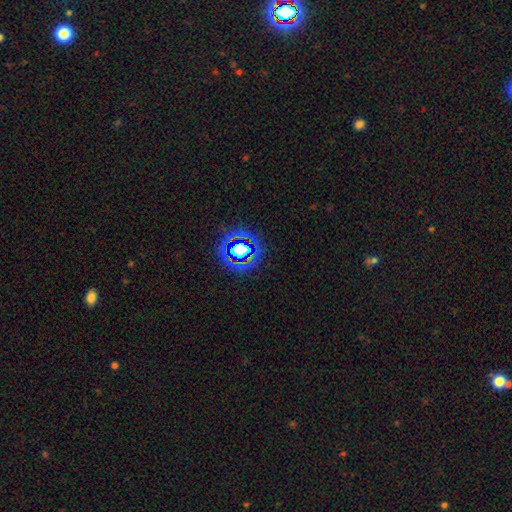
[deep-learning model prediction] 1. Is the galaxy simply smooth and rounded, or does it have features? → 67% star or artifact, 23% smooth, 9% featured or disk.